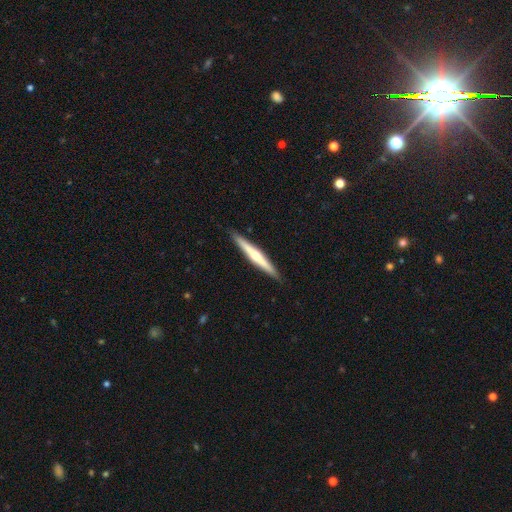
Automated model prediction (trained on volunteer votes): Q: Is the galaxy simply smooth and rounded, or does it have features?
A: featured or disk — 59%.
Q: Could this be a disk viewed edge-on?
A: yes — 98%.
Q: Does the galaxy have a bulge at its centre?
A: rounded — 73%.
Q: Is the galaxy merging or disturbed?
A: none — 91%.